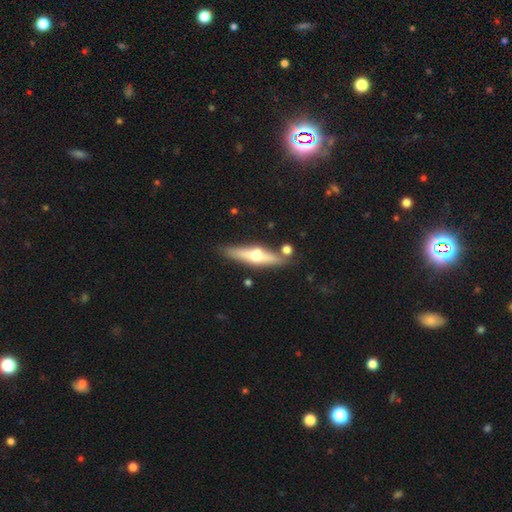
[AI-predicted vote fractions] Smooth or featured: featured or disk — 62% (smooth — 32%)
Edge-on disk: yes — 93% (no — 7%)
Edge-on bulge: rounded — 91% (none — 4%)
Merging: none — 79% (minor disturbance — 12%)